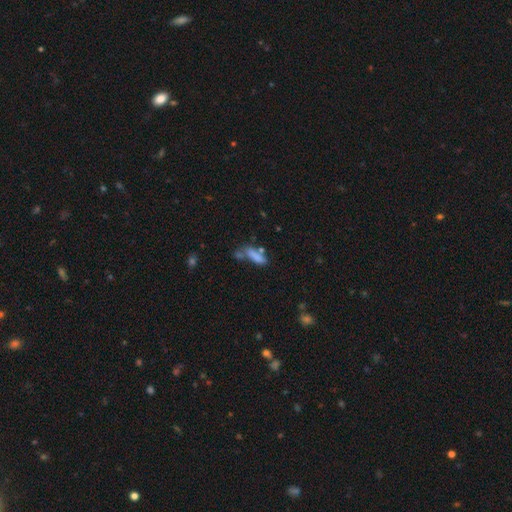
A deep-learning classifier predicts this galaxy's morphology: Overall: smooth (77%). How rounded: cigar-shaped (58%; in between 39%). Merging: none (45%; merger 26%).